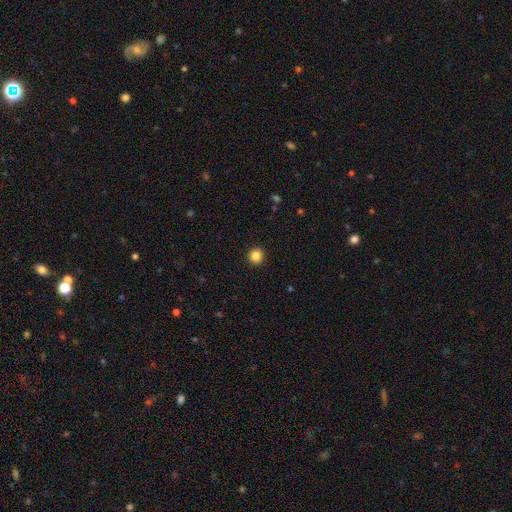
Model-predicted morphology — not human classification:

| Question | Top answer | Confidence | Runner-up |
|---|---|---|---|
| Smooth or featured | smooth | 85% | star or artifact (11%) |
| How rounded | round | 94% | in between (5%) |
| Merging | none | 93% | minor disturbance (4%) |